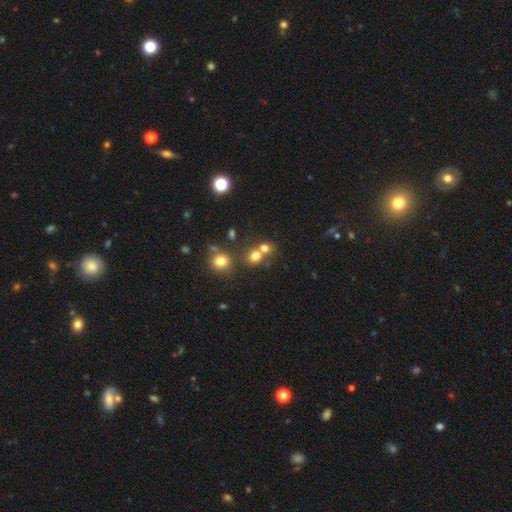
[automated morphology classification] A smooth galaxy with no disk features (73%) that is round (73%). Merging: none (46%).